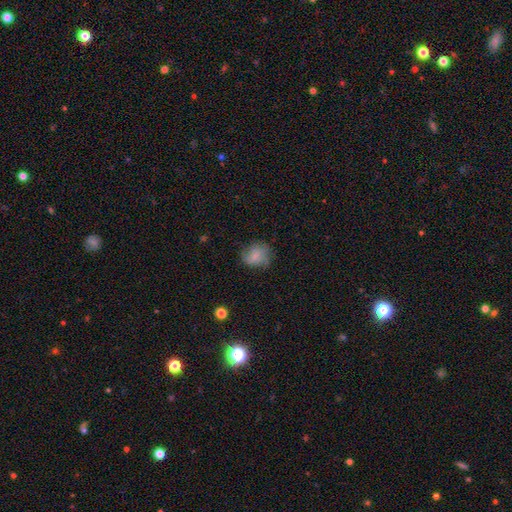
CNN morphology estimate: Smooth or featured? smooth (67%)
How rounded? round (65%)
Merging? none (62%)